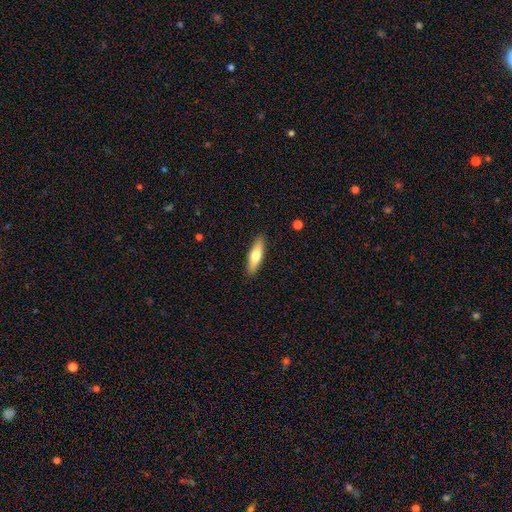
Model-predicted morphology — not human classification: Overall: smooth (63%; featured or disk 31%). How rounded: cigar-shaped (61%; in between 37%). Merging: none (90%).